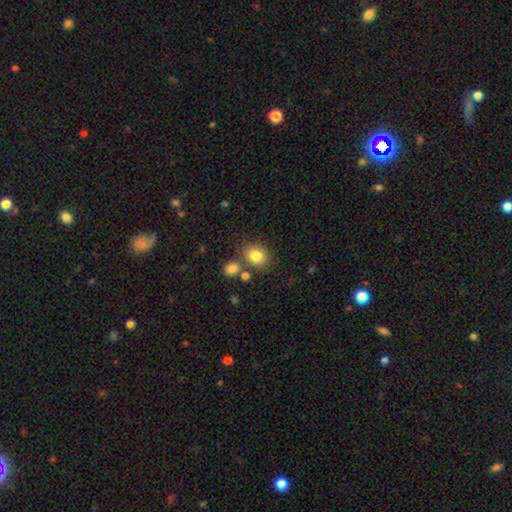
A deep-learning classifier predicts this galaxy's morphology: Smooth or featured: smooth — 82% (star or artifact — 10%)
How rounded: round — 55% (in between — 44%)
Merging: none — 71% (merger — 15%)